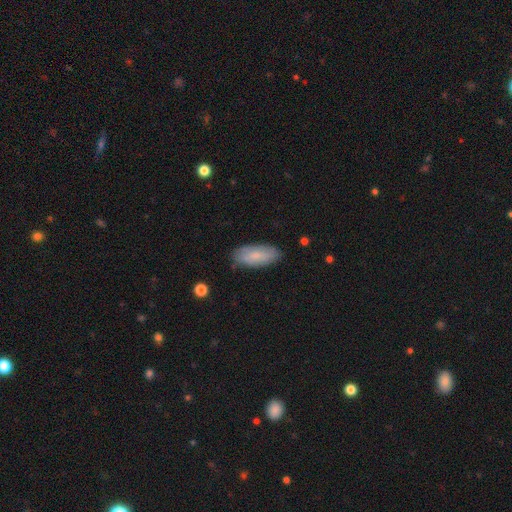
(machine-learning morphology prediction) Smooth or featured?
  - smooth: 74% *
  - featured or disk: 19%
  - star or artifact: 6%
How rounded?
  - in between: 83% *
  - cigar-shaped: 15%
  - round: 2%
Merging?
  - none: 79% *
  - minor disturbance: 17%
  - major disturbance: 3%
  - merger: 1%